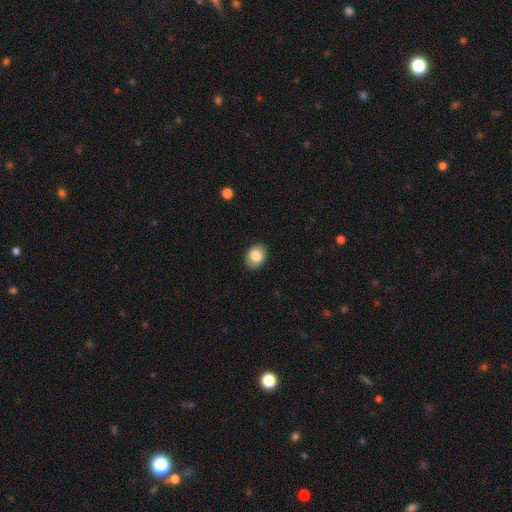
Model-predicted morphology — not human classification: Q: Smooth or featured?
A: smooth (84%); runner-up: featured or disk (9%)
Q: How rounded?
A: in between (64%); runner-up: round (35%)
Q: Merging?
A: none (86%); runner-up: minor disturbance (11%)